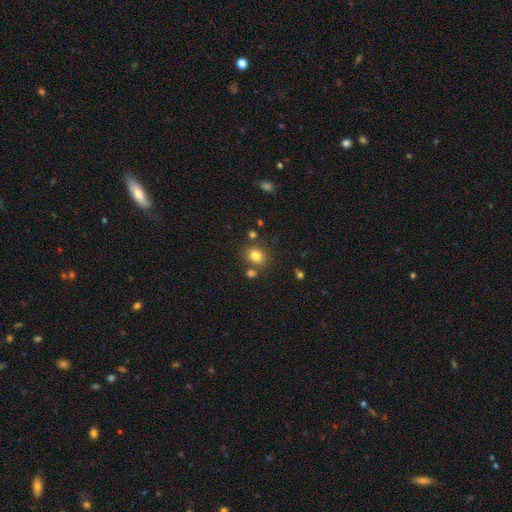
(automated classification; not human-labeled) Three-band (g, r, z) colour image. It shows a smooth galaxy with no disk features (80%) that is round (69%). Merging: none (74%).